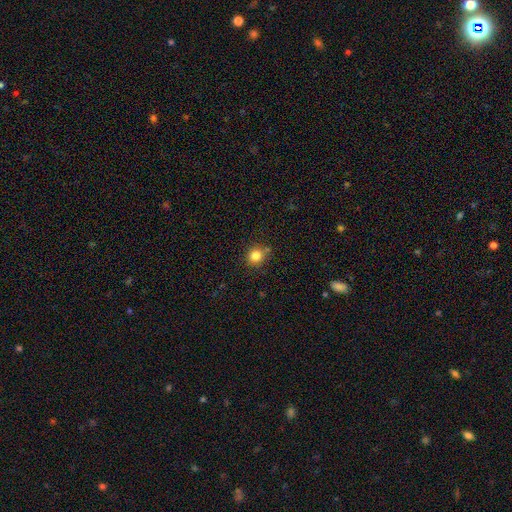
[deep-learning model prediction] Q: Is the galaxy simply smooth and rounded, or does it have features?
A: smooth — 83%.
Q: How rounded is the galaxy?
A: round — 85%.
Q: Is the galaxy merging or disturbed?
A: none — 78%.